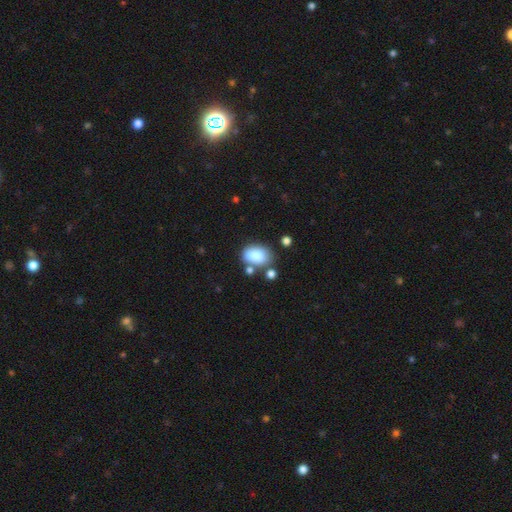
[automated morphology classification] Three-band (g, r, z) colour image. It shows a smooth galaxy with no disk features (80%) that is in between round and cigar-shaped (83%). Merging: none (48%).